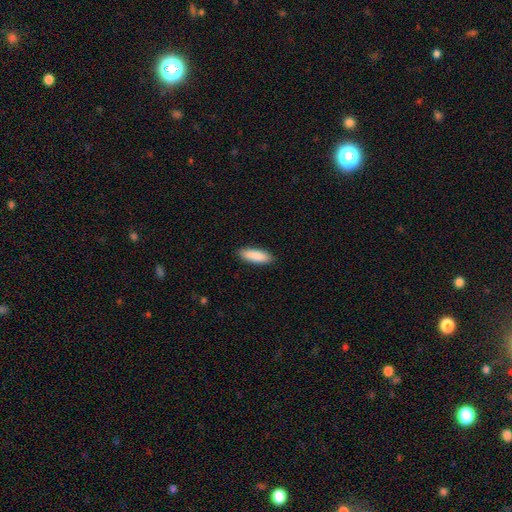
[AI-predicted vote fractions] Smooth or featured?
  - smooth: 89% *
  - star or artifact: 6%
  - featured or disk: 5%
How rounded?
  - in between: 59% *
  - cigar-shaped: 39%
  - round: 2%
Merging?
  - none: 89% *
  - minor disturbance: 8%
  - major disturbance: 2%
  - merger: 1%